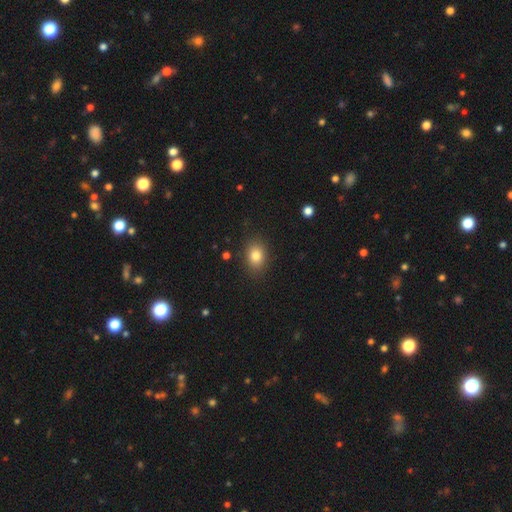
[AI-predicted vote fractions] A smooth galaxy with no disk features (82%) that is in between round and cigar-shaped (65%).

Vote fractions:
- Smooth or featured? smooth: 82% / star or artifact: 10% / featured or disk: 8%
- How rounded? in between: 65% / round: 34% / cigar-shaped: 1%
- Merging? none: 86% / minor disturbance: 10% / major disturbance: 3% / merger: 1%